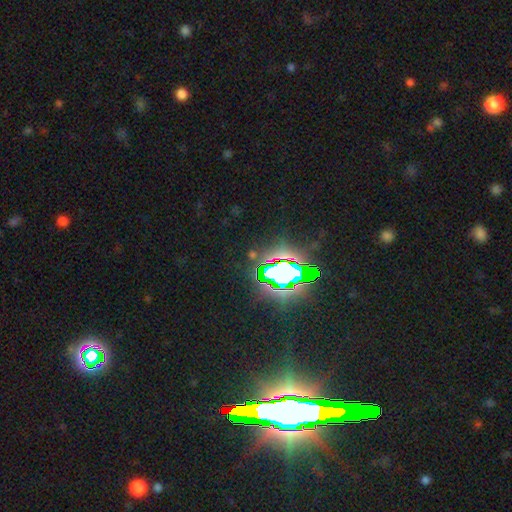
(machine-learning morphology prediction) Smooth or featured? Predicted: star or artifact (p=0.79).